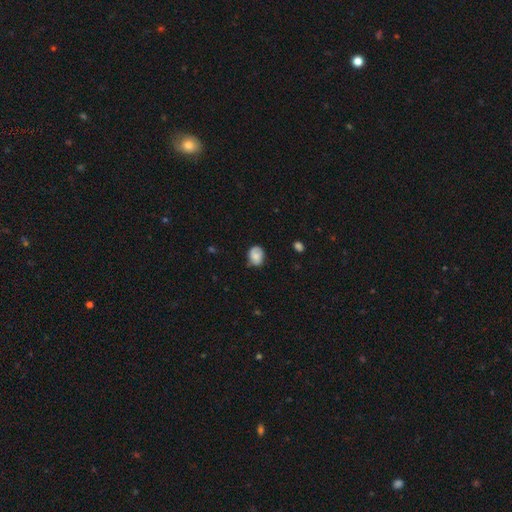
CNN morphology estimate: Q: Smooth or featured?
A: smooth (78%); runner-up: featured or disk (14%)
Q: How rounded?
A: in between (60%); runner-up: round (40%)
Q: Merging?
A: none (67%); runner-up: minor disturbance (26%)